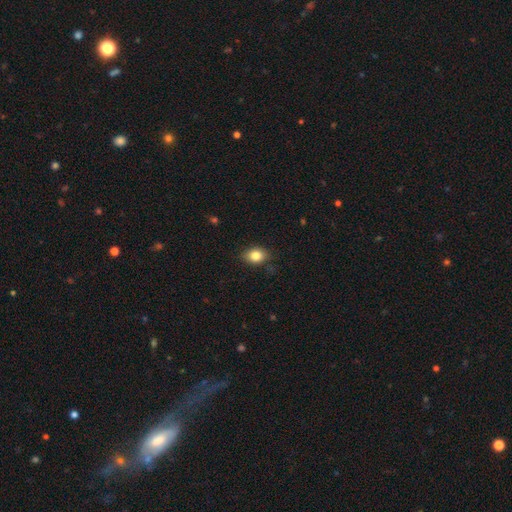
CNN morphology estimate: Smooth or featured: smooth — 83% (star or artifact — 9%)
How rounded: in between — 68% (round — 31%)
Merging: none — 84% (minor disturbance — 12%)